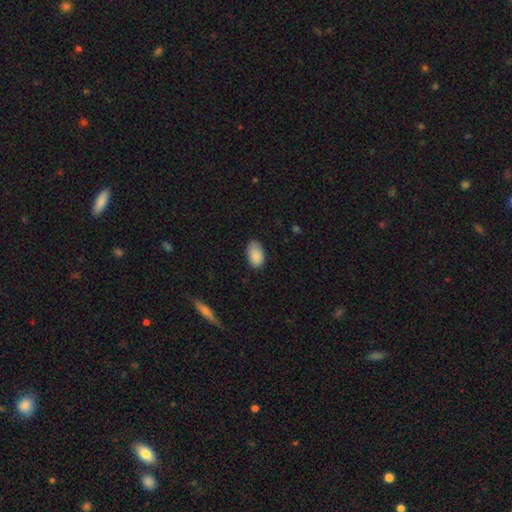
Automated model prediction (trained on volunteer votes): This appears to be a smooth galaxy with no disk features (88%) that is in between round and cigar-shaped (92%). Merging: none (73%).